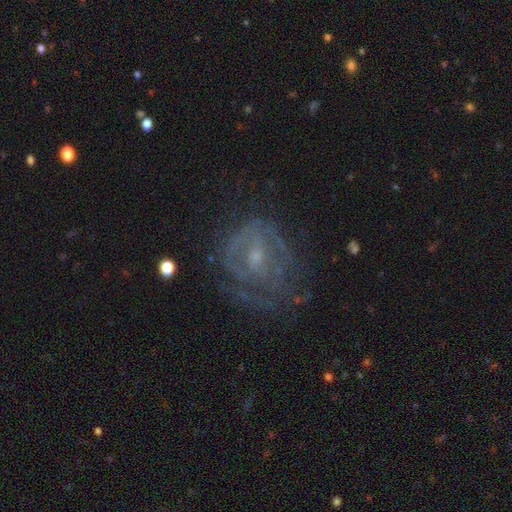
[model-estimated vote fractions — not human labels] This appears to be a featured or disk galaxy (68%) with no bar (55%), spiral arms (62%) and a small central bulge (56%). Merging: none (57%).